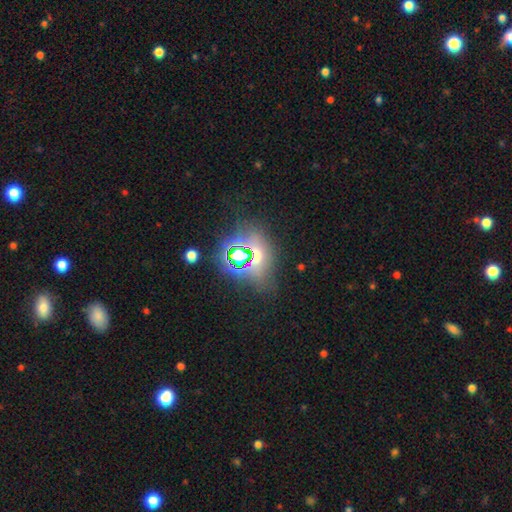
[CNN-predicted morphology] A star or artifact, not a galaxy (55%).